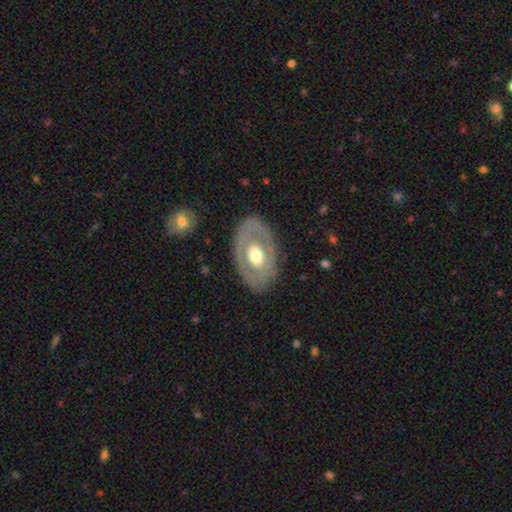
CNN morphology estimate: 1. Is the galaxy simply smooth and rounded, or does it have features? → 57% featured or disk, 38% smooth, 5% star or artifact.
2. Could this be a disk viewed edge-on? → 91% no, 9% yes.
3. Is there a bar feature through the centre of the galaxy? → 85% no, 11% weak, 4% strong.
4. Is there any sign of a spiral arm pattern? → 87% no, 13% yes.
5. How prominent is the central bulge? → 64% moderate, 24% large, 9% small, 2% dominant, 1% none.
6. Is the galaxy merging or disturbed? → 80% none, 13% minor disturbance, 6% major disturbance, 1% merger.